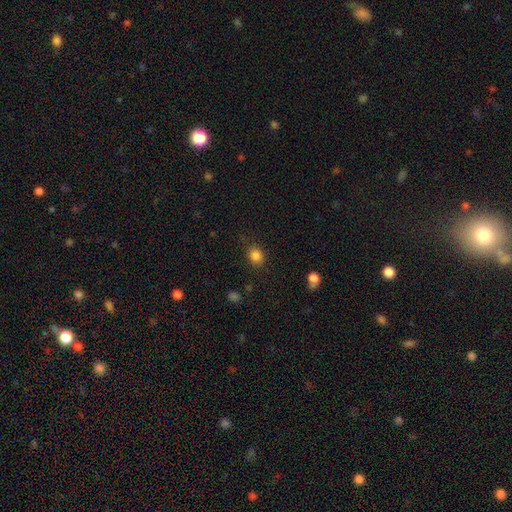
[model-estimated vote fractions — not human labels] The model was most divided on "how rounded": round: 64%, in between: 35%, cigar-shaped: 1%. More confident: smooth or featured — smooth (84%); merging — none (83%).